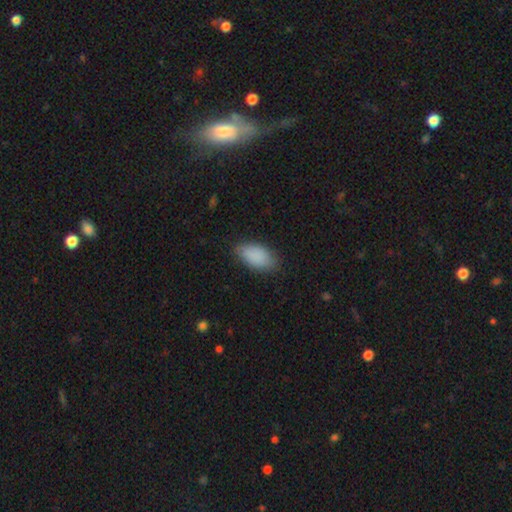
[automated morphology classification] Smooth or featured: smooth — 88% (star or artifact — 7%)
How rounded: in between — 93% (cigar-shaped — 3%)
Merging: none — 80% (minor disturbance — 15%)